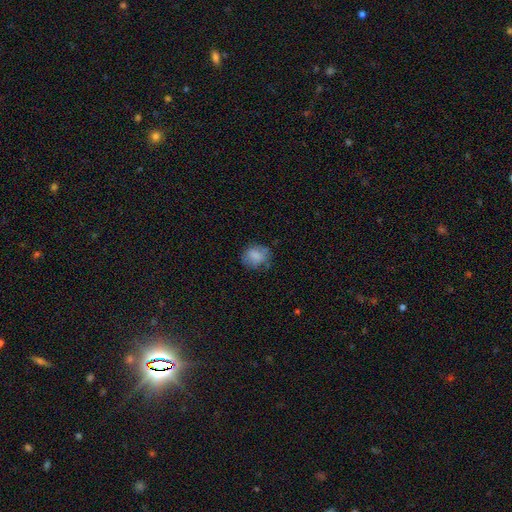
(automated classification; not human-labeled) A smooth galaxy with no disk features (77%) that is round (60%). Merging: none (62%).